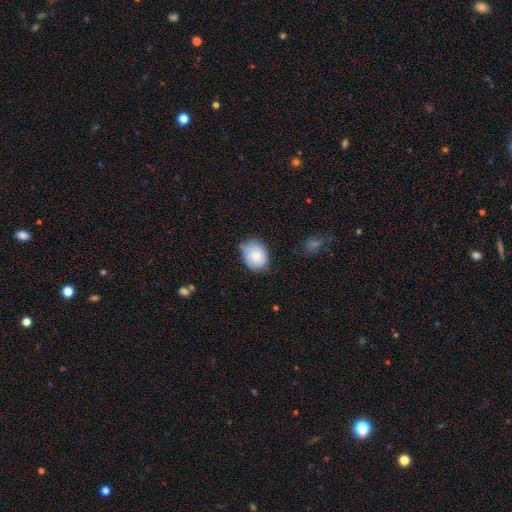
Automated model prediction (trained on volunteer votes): Overall: smooth (76%). How rounded: in between (58%; round 41%). Merging: none (58%; minor disturbance 33%).